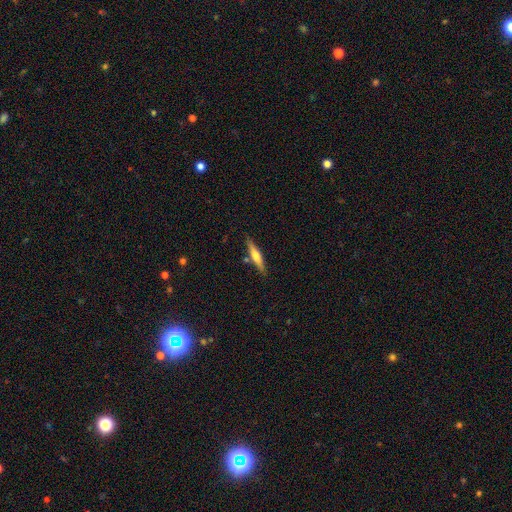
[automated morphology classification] Smooth or featured: featured or disk — 51% (smooth — 43%)
Edge-on disk: yes — 95% (no — 5%)
Merging: none — 82% (minor disturbance — 10%)